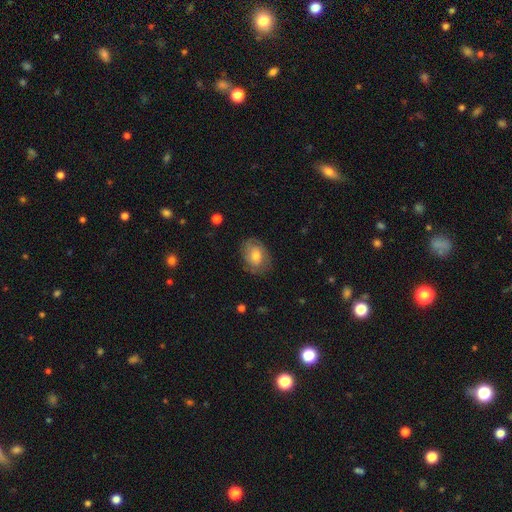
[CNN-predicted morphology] smooth 56%, featured or disk 37%, star or artifact 8%. Down the decision tree: how rounded — in between (72%); merging — none (73%).